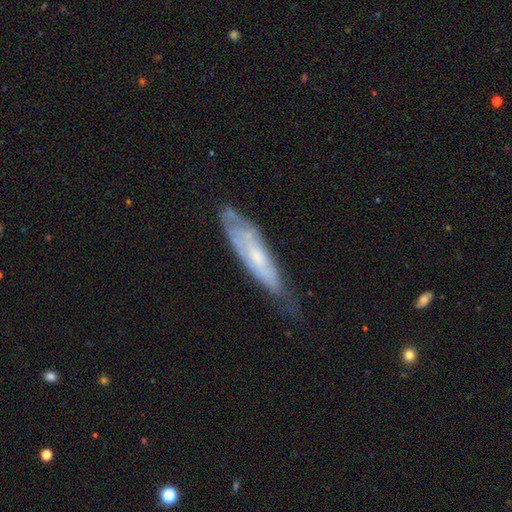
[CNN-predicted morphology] Smooth or featured?
  - featured or disk: 58% *
  - smooth: 35%
  - star or artifact: 7%
Edge-on disk?
  - no: 61% *
  - yes: 39%
Merging?
  - none: 49% *
  - minor disturbance: 35%
  - major disturbance: 13%
  - merger: 2%